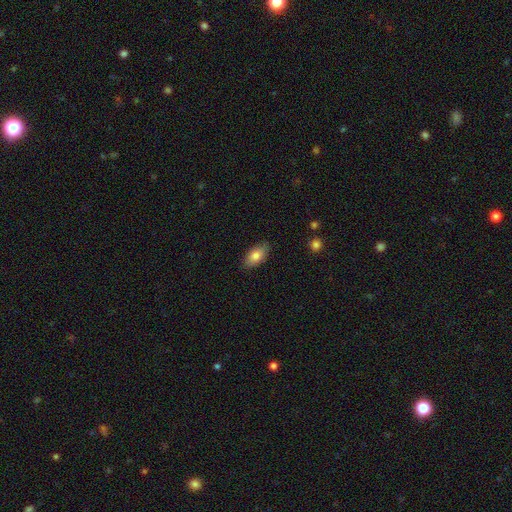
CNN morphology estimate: Smooth or featured: smooth — 79% (featured or disk — 14%)
How rounded: in between — 91% (round — 5%)
Merging: none — 83% (minor disturbance — 14%)